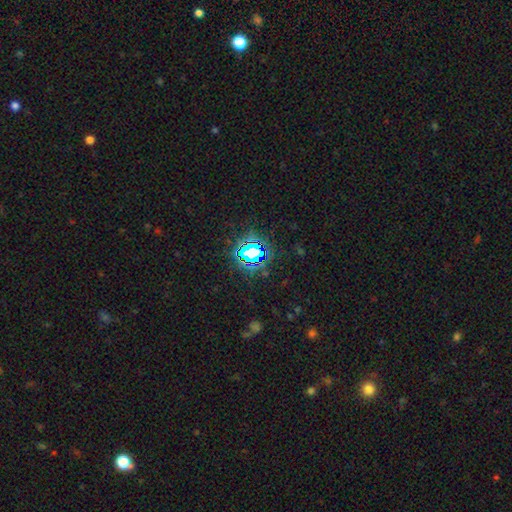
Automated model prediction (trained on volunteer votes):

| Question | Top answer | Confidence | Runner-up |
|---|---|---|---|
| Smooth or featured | star or artifact | 78% | smooth (13%) |